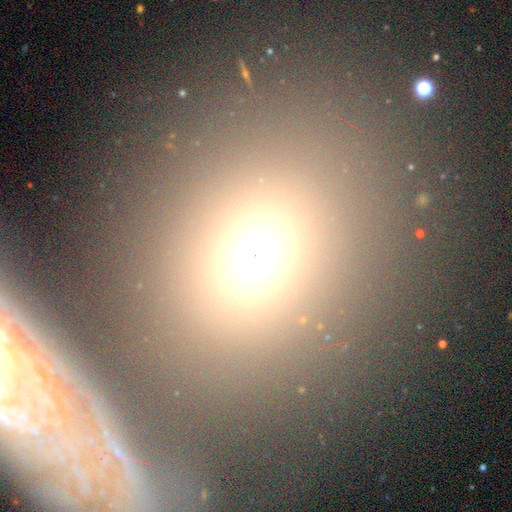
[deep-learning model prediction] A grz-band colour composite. It shows a smooth galaxy with no disk features (68%) that is round (61%). Merging: none (72%).